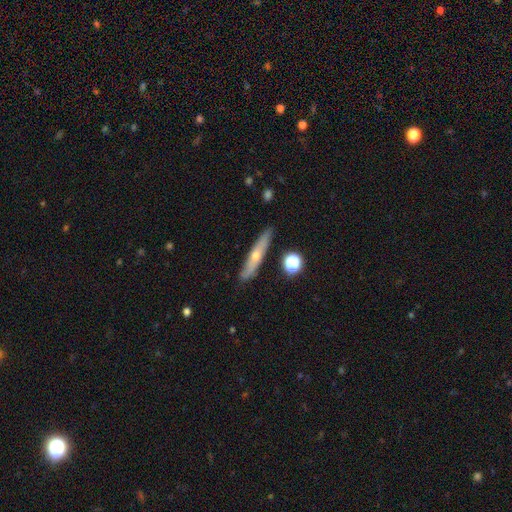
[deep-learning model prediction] Smooth or featured: featured or disk — 50% (smooth — 42%)
Edge-on disk: yes — 82% (no — 18%)
Merging: none — 85% (minor disturbance — 11%)